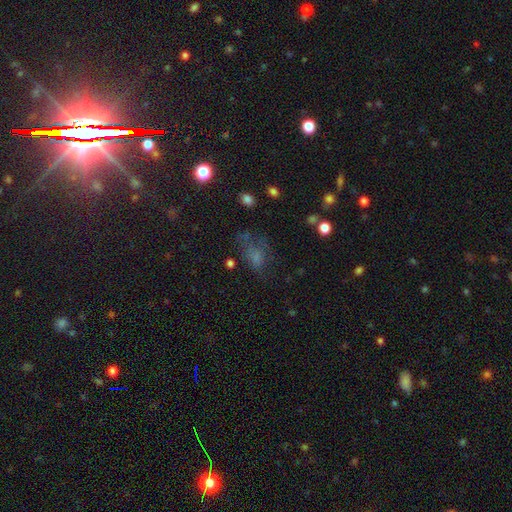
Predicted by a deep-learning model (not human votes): A smooth galaxy with no disk features (57%) that is in between round and cigar-shaped (75%). Merging: none (39%).